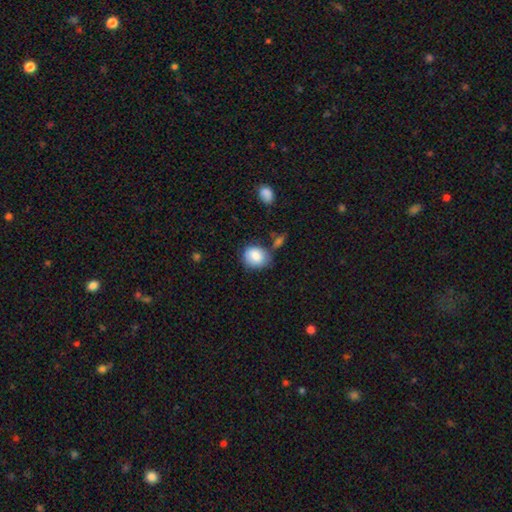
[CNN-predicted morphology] Overall: smooth (84%). How rounded: round (60%; in between 39%). Merging: none (62%; minor disturbance 23%).